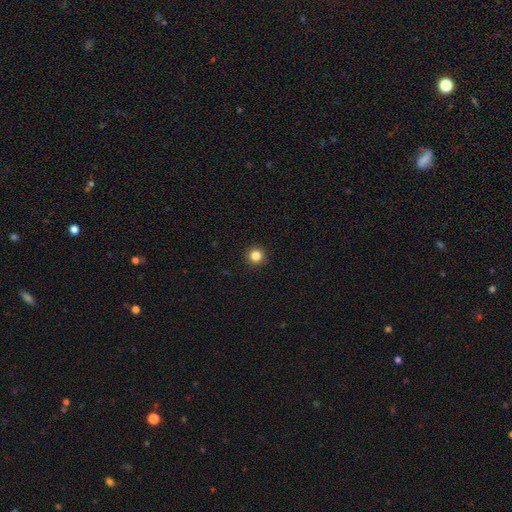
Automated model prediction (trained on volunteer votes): Q: Smooth or featured?
A: smooth (84%); runner-up: star or artifact (12%)
Q: How rounded?
A: round (95%); runner-up: in between (4%)
Q: Merging?
A: none (93%); runner-up: minor disturbance (5%)